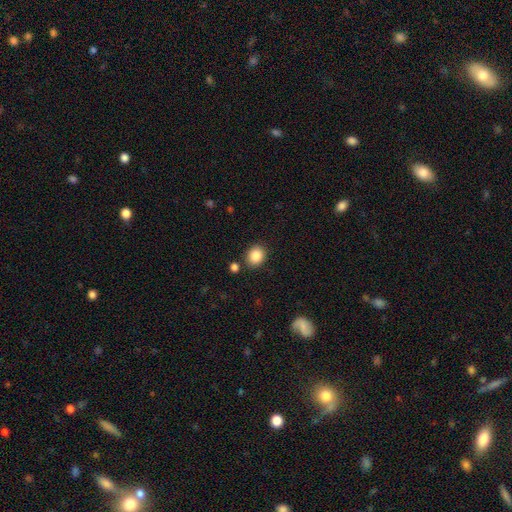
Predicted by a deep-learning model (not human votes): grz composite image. It shows a smooth galaxy with no disk features (87%) that is round (63%). Merging: none (84%).